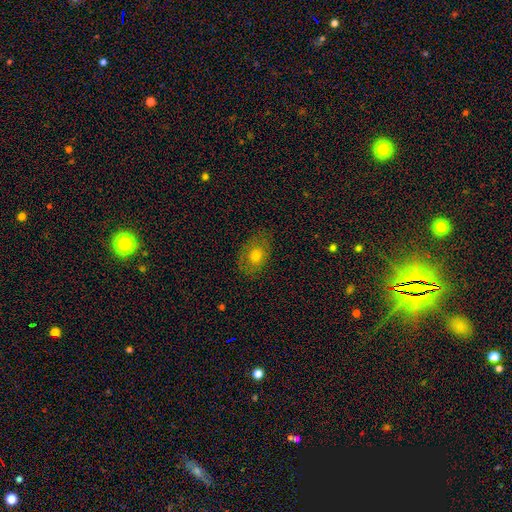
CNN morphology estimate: type=smooth (68%); roundness=in between (69%); merging=none (77%).